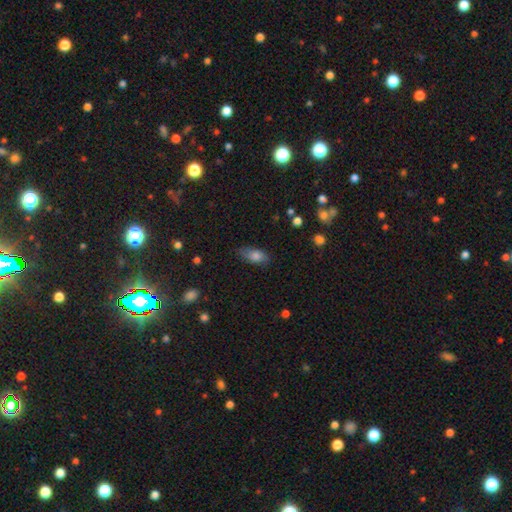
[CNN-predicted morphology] Smooth or featured?
  - smooth: 76% *
  - featured or disk: 15%
  - star or artifact: 9%
How rounded?
  - in between: 83% *
  - cigar-shaped: 12%
  - round: 5%
Merging?
  - none: 73% *
  - minor disturbance: 21%
  - major disturbance: 4%
  - merger: 1%